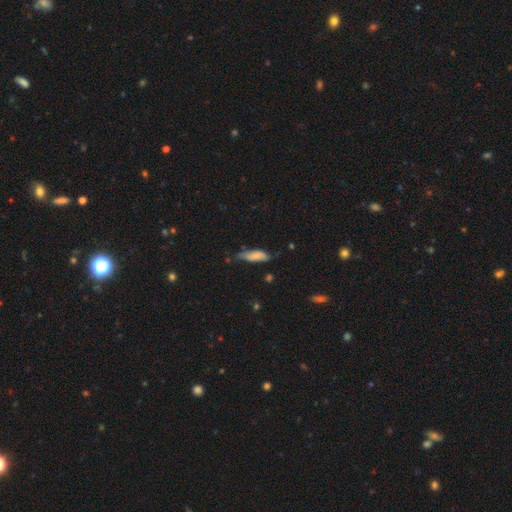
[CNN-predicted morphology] Smooth or featured? smooth (75%)
How rounded? in between (54%)
Merging? none (49%)